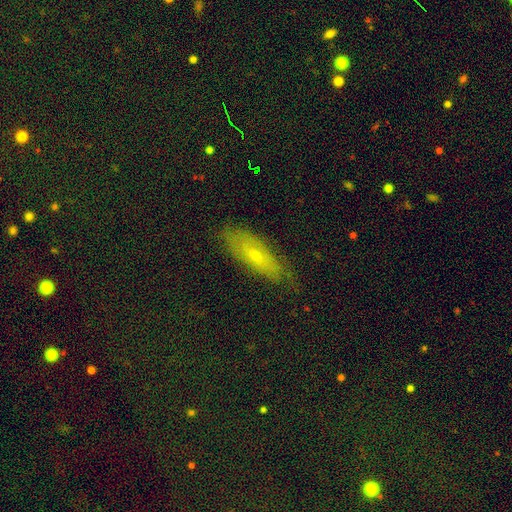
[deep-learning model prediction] Smooth or featured? smooth (47%)
Merging? none (77%)